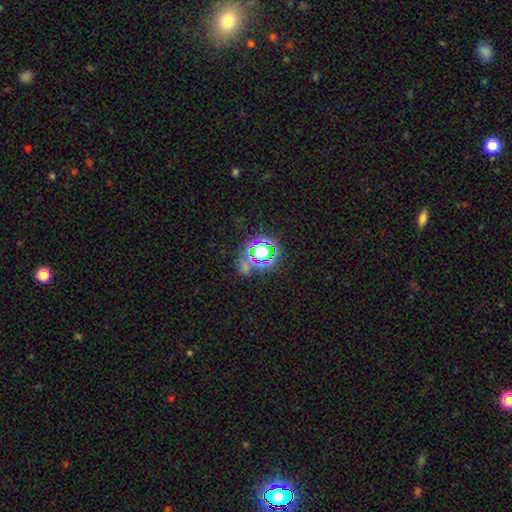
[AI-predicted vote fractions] A star or artifact, not a galaxy (74%).